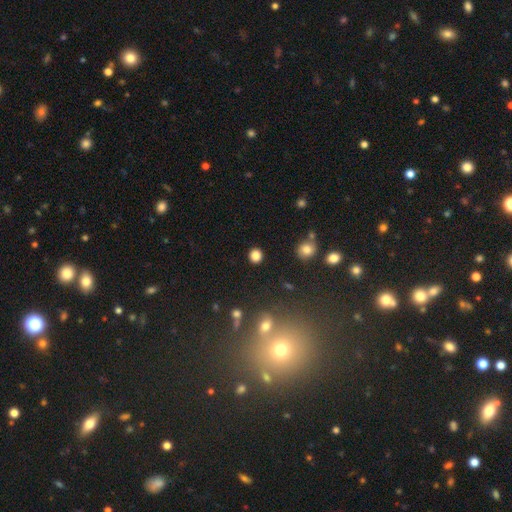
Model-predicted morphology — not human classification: Smooth or featured: smooth — 83% (star or artifact — 13%)
How rounded: round — 87% (in between — 12%)
Merging: none — 90% (minor disturbance — 6%)